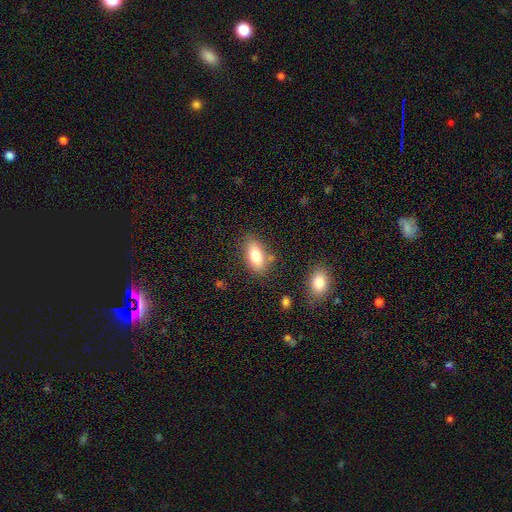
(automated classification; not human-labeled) smooth-or-featured: smooth: 78% | featured or disk: 14% | star or artifact: 8%
  how-rounded: in between: 89% | round: 5% | cigar-shaped: 5%
  merging: none: 77% | minor disturbance: 14% | merger: 5% | major disturbance: 4%